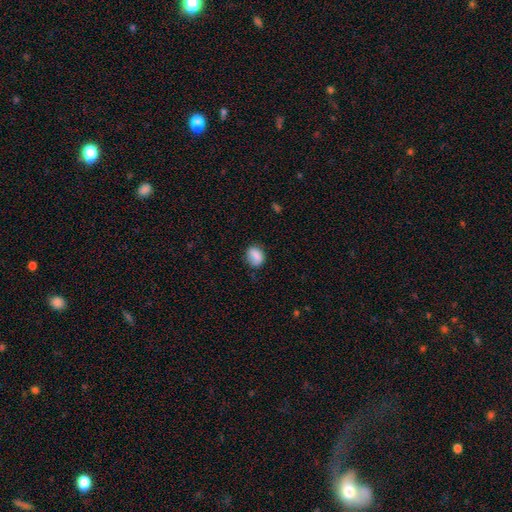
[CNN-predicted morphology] The model was most divided on "how rounded": in between: 55%, round: 44%, cigar-shaped: 2%. More confident: smooth or featured — smooth (84%); merging — none (74%).